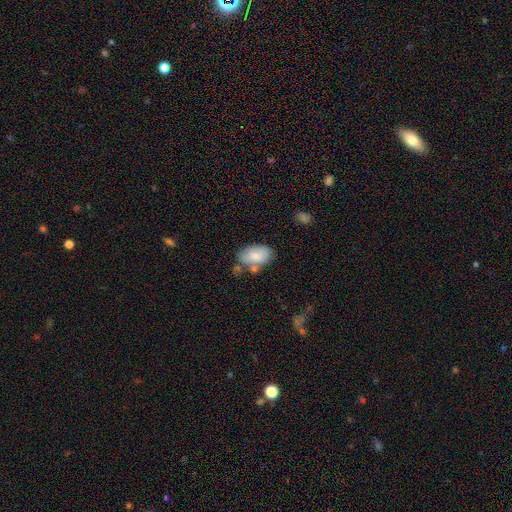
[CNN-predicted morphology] Overall: smooth (79%). How rounded: in between (92%). Merging: none (55%; minor disturbance 23%).